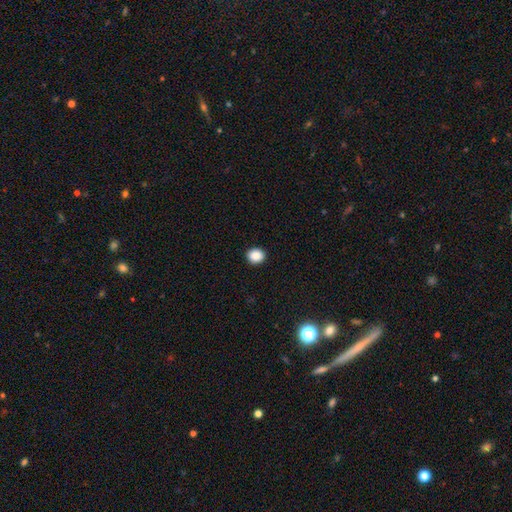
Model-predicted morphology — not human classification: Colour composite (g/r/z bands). It shows a smooth galaxy with no disk features (89%) that is round (78%). Merging: none (92%).